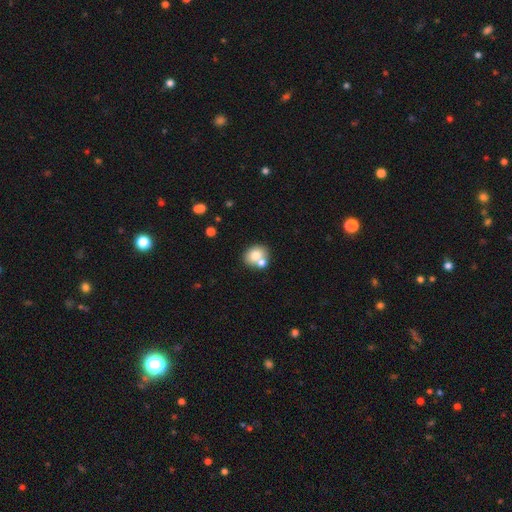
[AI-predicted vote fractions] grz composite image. It shows a smooth galaxy with no disk features (73%) that is round (67%). Merging: none (50%).